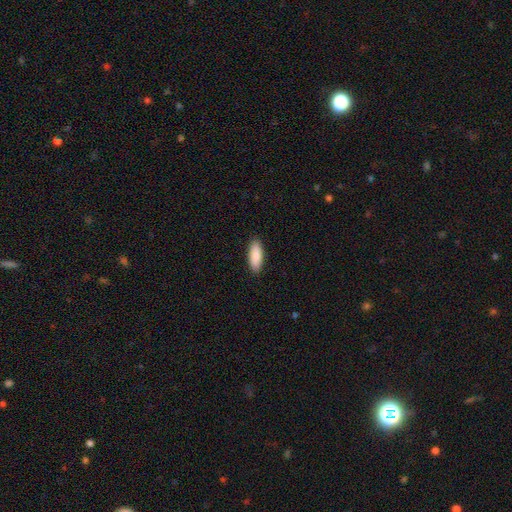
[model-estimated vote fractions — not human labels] Smooth or featured? Predicted: smooth (p=0.89). How rounded? Predicted: in between (p=0.70). Merging? Predicted: none (p=0.90).